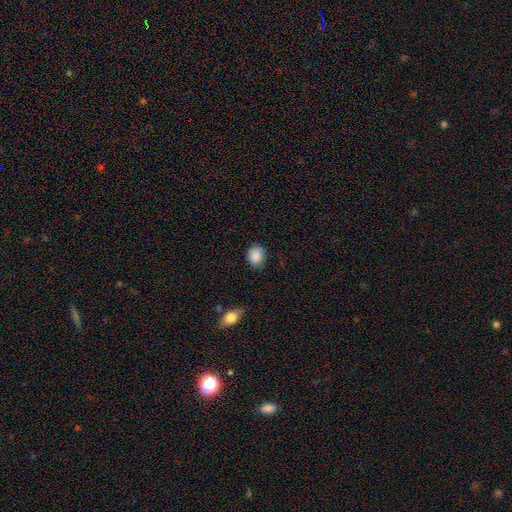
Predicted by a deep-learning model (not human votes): smooth 86%, star or artifact 8%, featured or disk 6%. Down the decision tree: how rounded — round (55%); merging — none (67%).